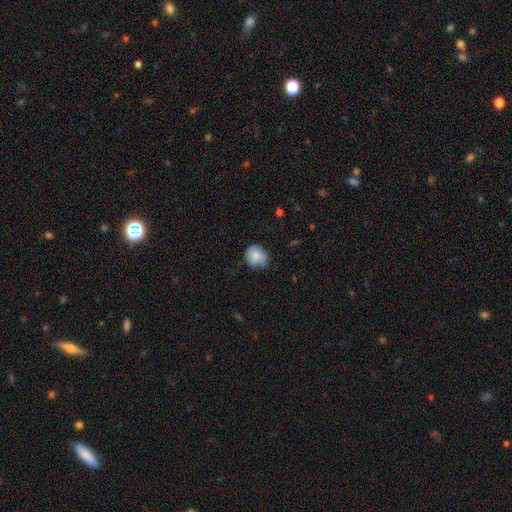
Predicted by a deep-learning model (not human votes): Smooth or featured: smooth — 80% (featured or disk — 12%)
How rounded: round — 75% (in between — 24%)
Merging: none — 64% (minor disturbance — 28%)